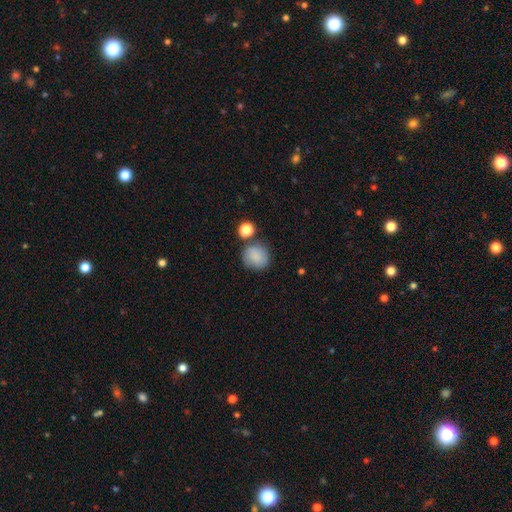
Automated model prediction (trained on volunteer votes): A smooth galaxy with no disk features (83%) that is round (84%).

Vote fractions:
- Smooth or featured? smooth: 83% / star or artifact: 9% / featured or disk: 8%
- How rounded? round: 84% / in between: 15% / cigar-shaped: 1%
- Merging? none: 71% / minor disturbance: 15% / merger: 9% / major disturbance: 5%